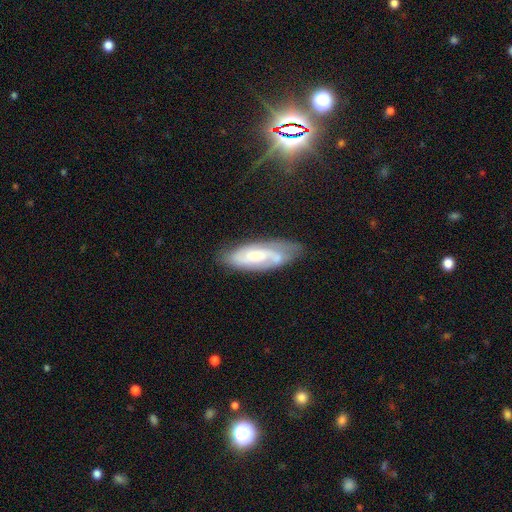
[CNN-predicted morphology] This appears to be a featured or disk galaxy (64%) with no bar (52%), spiral arms (88%) and a small central bulge (36%). Merging: none (63%).